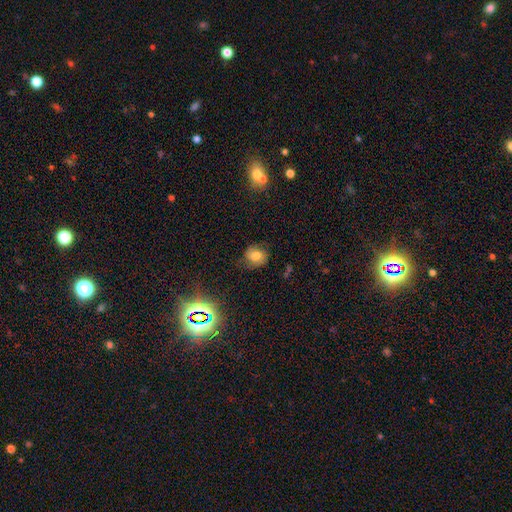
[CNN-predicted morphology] This appears to be a smooth galaxy with no disk features (63%) that is round (70%). Merging: none (69%).